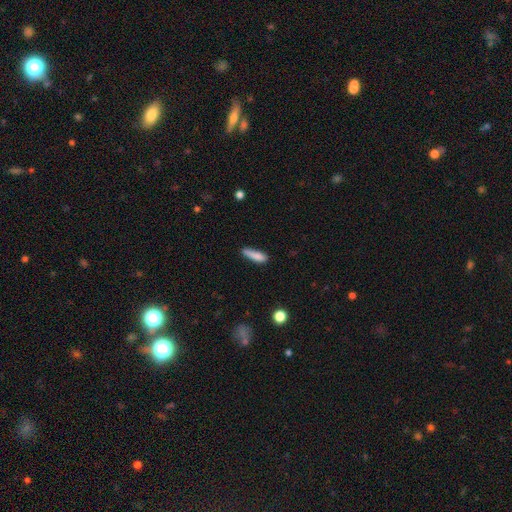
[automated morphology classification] Smooth or featured?
  - smooth: 82% *
  - featured or disk: 10%
  - star or artifact: 8%
How rounded?
  - cigar-shaped: 69% *
  - in between: 29%
  - round: 2%
Merging?
  - none: 63% *
  - minor disturbance: 27%
  - major disturbance: 6%
  - merger: 4%